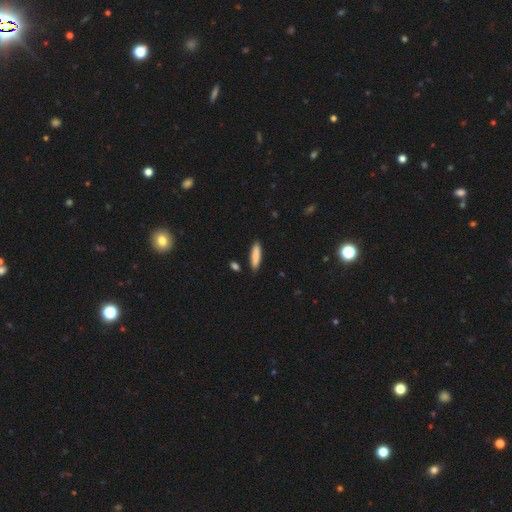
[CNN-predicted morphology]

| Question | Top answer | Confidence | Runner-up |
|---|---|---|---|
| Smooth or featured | smooth | 85% | featured or disk (10%) |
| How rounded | cigar-shaped | 75% | in between (23%) |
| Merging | none | 87% | minor disturbance (9%) |